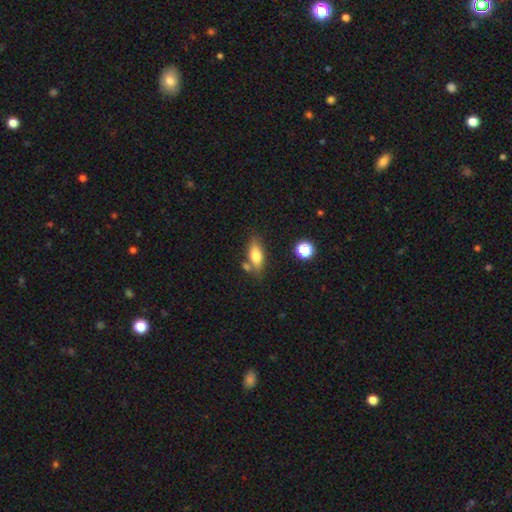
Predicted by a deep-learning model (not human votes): smooth-or-featured: smooth: 72% | featured or disk: 19% | star or artifact: 9%
  how-rounded: in between: 77% | cigar-shaped: 18% | round: 5%
  merging: none: 65% | minor disturbance: 16% | merger: 15% | major disturbance: 5%